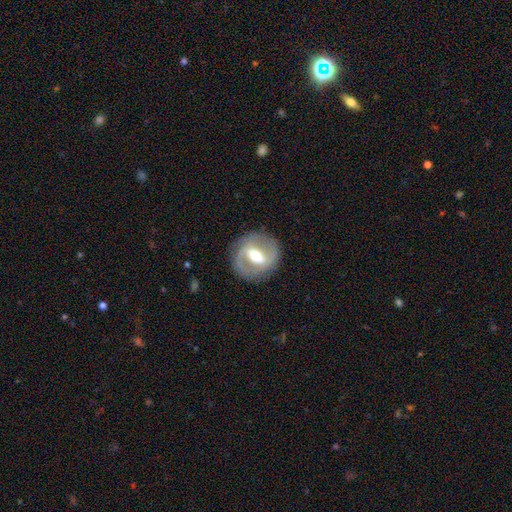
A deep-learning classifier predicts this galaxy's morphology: Smooth or featured? Predicted: featured or disk (p=0.76). Edge-on disk? Predicted: no (p=0.95). Bar? Predicted: strong (p=0.47). Spiral arms? Predicted: yes (p=0.72). Spiral winding? Predicted: medium (p=0.45). Spiral arm count? Predicted: 2 (p=0.84). Bulge size? Predicted: moderate (p=0.70). Merging? Predicted: none (p=0.85).